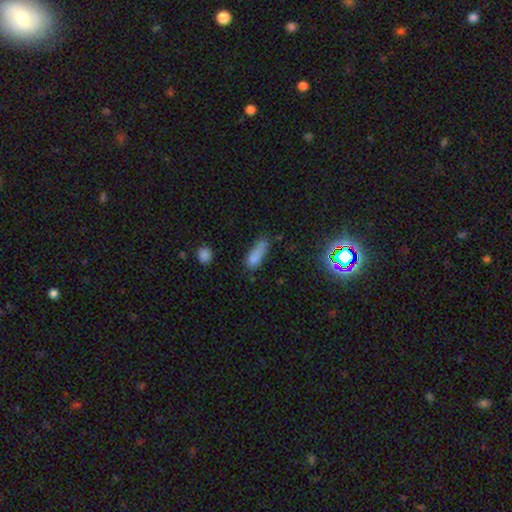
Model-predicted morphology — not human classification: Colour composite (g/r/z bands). It shows a smooth galaxy with no disk features (74%) that is in between round and cigar-shaped (53%). Merging: none (38%).